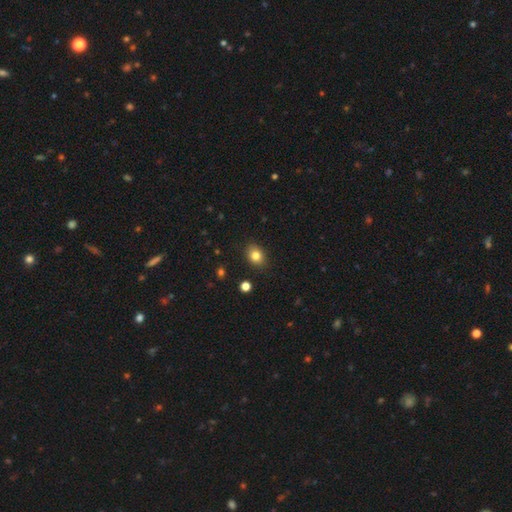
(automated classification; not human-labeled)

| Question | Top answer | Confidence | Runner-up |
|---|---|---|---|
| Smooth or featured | smooth | 82% | star or artifact (11%) |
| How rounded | in between | 56% | round (43%) |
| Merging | none | 87% | minor disturbance (9%) |